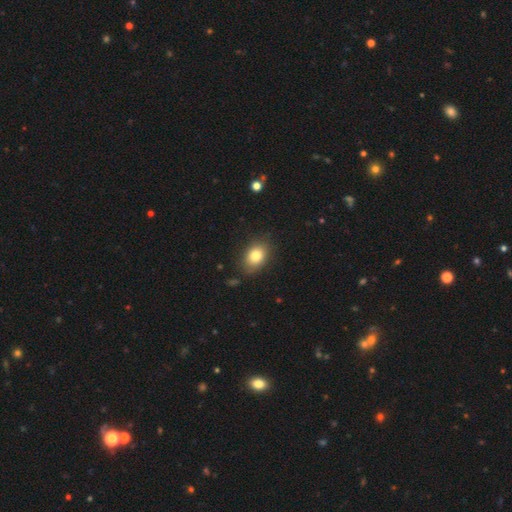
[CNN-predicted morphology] smooth_or_featured: smooth (p=0.81) [alt: featured or disk p=0.10]
how_rounded: in between (p=0.73) [alt: round p=0.26]
merging: none (p=0.80) [alt: minor disturbance p=0.15]